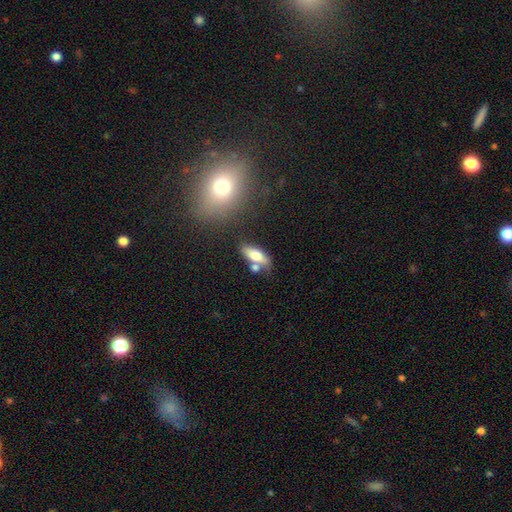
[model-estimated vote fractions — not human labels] Smooth or featured?
  - smooth: 64% *
  - featured or disk: 29%
  - star or artifact: 7%
How rounded?
  - in between: 68% *
  - cigar-shaped: 28%
  - round: 4%
Merging?
  - none: 61% *
  - merger: 20%
  - minor disturbance: 14%
  - major disturbance: 5%